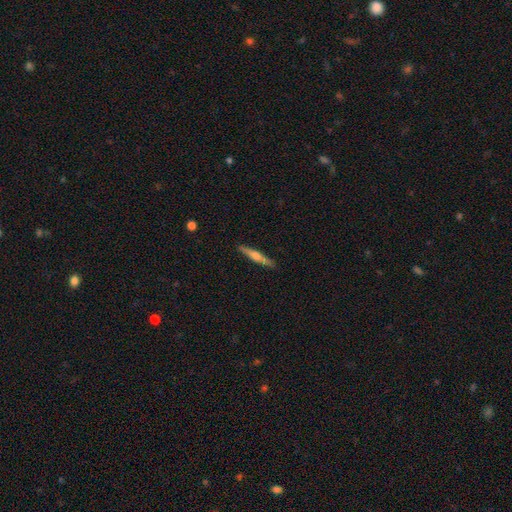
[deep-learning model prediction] A featured or disk galaxy (55%) viewed edge-on (97%) with a rounded central bulge (73%). Merging: none (90%).